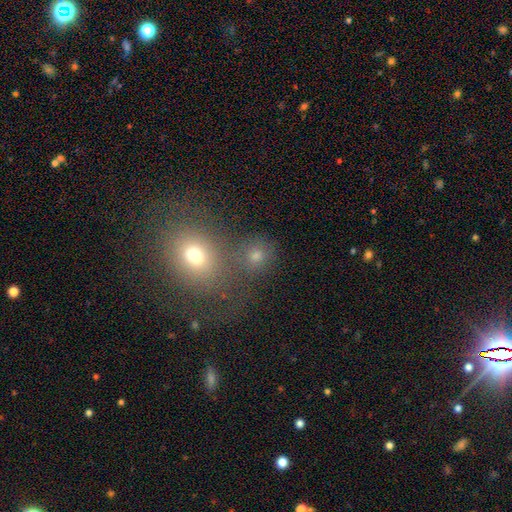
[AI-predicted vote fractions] Morphology: type=smooth (67%); roundness=round (73%); merging=none (51%).